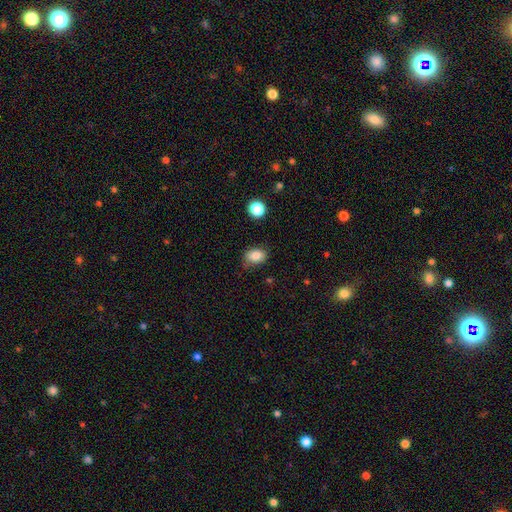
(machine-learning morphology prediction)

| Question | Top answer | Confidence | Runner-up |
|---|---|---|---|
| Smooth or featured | smooth | 83% | star or artifact (10%) |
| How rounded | in between | 75% | round (24%) |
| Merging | none | 76% | minor disturbance (18%) |